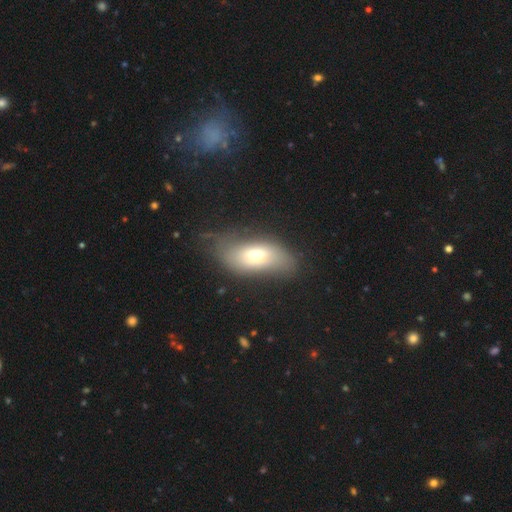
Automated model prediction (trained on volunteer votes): Morphology: type=smooth (61%); roundness=in between (85%); merging=none (53%).